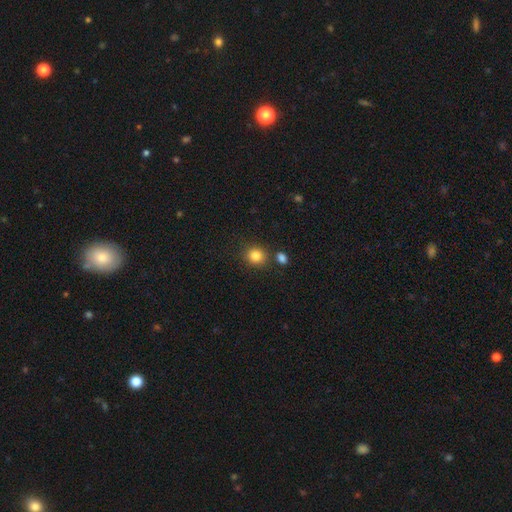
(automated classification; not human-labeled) smooth 84%, star or artifact 11%, featured or disk 5%. Down the decision tree: how rounded — round (81%); merging — none (76%).